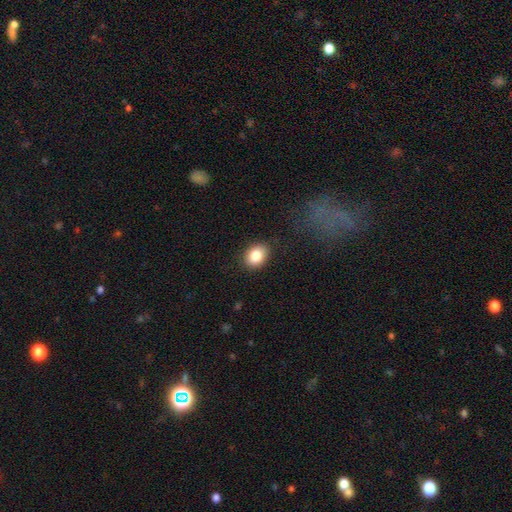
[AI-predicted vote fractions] smooth 84%, star or artifact 9%, featured or disk 7%. Down the decision tree: how rounded — in between (64%); merging — none (86%).